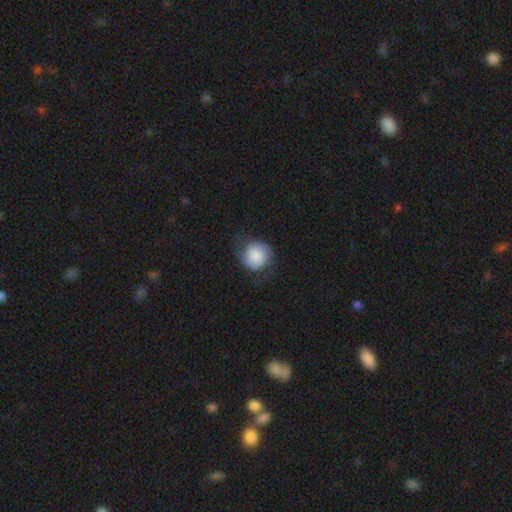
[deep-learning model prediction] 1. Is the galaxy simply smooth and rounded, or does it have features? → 73% smooth, 20% featured or disk, 7% star or artifact.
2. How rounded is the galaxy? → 88% round, 11% in between, 1% cigar-shaped.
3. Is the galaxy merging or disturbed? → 67% none, 21% minor disturbance, 10% major disturbance, 1% merger.